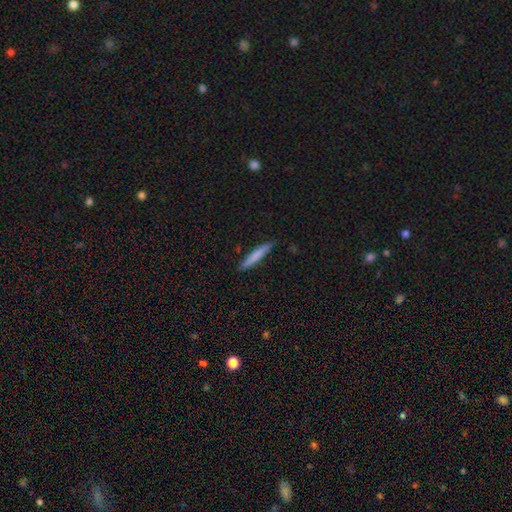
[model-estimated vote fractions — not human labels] Smooth or featured? Predicted: smooth (p=0.75). How rounded? Predicted: cigar-shaped (p=0.94). Merging? Predicted: none (p=0.86).